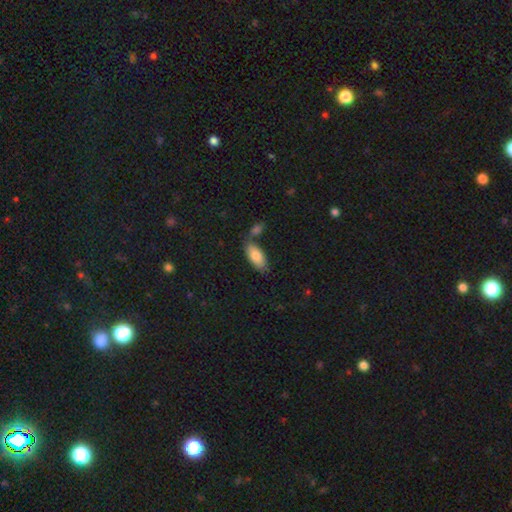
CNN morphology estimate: This appears to be a smooth galaxy with no disk features (81%) that is in between round and cigar-shaped (87%). Merging: none (62%).